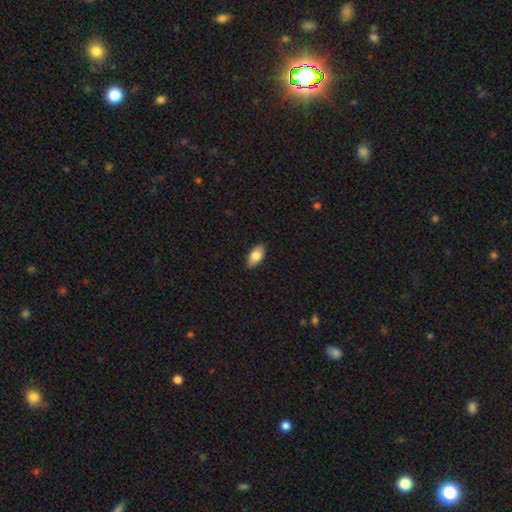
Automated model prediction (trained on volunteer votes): Q: Smooth or featured?
A: smooth (80%); runner-up: featured or disk (13%)
Q: How rounded?
A: in between (92%); runner-up: cigar-shaped (5%)
Q: Merging?
A: none (89%); runner-up: minor disturbance (8%)